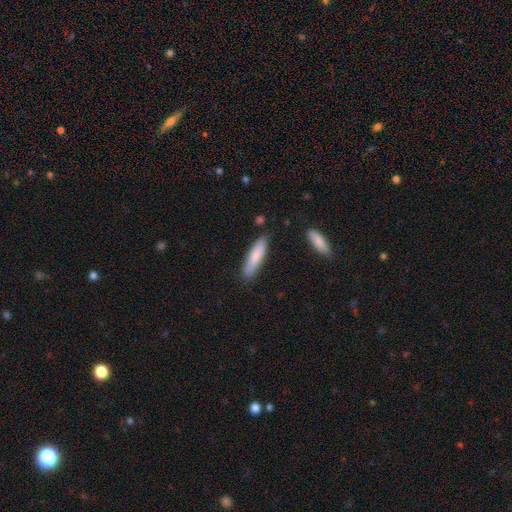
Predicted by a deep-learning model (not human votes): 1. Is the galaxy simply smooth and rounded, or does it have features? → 81% smooth, 14% featured or disk, 5% star or artifact.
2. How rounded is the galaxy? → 70% cigar-shaped, 29% in between, 1% round.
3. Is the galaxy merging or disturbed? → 82% none, 13% minor disturbance, 3% merger, 3% major disturbance.